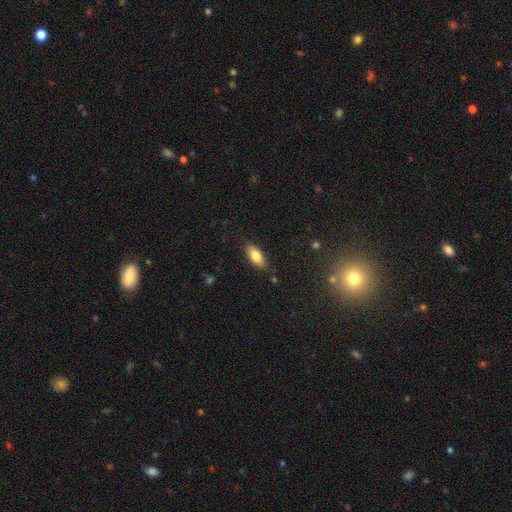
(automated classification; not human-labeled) Overall: smooth (78%). How rounded: in between (82%). Merging: none (84%).